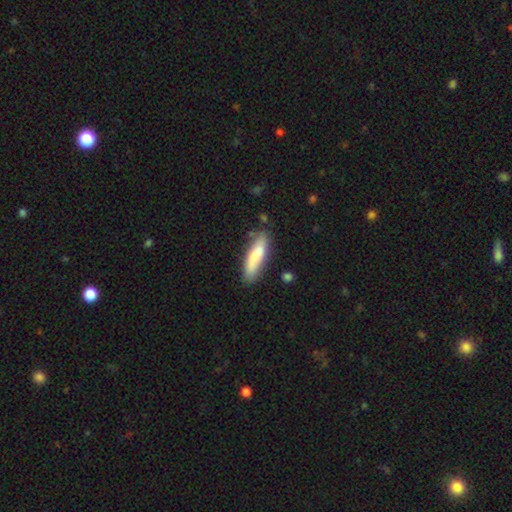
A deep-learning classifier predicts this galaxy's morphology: smooth 75%, featured or disk 19%, star or artifact 6%. Down the decision tree: how rounded — cigar-shaped (66%); merging — none (75%).